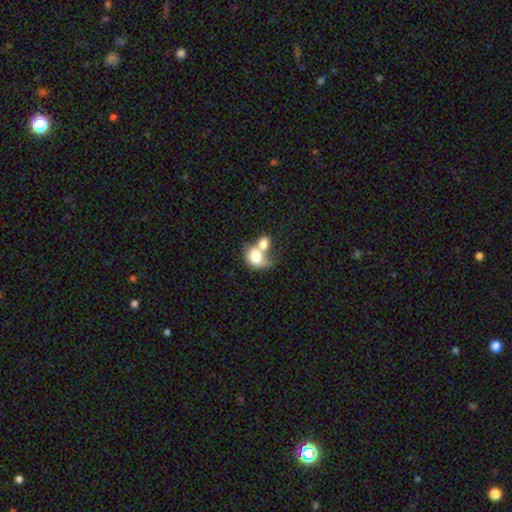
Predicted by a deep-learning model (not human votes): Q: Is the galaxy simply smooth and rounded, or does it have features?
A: smooth — 72%.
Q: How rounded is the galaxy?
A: in between — 62%.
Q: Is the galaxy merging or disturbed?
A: merger — 72%.